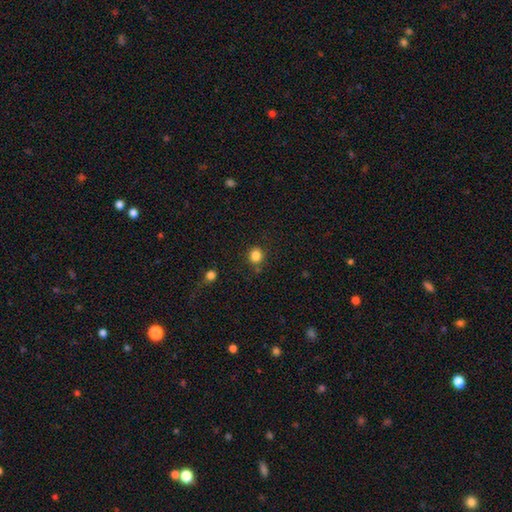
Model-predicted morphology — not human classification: Overall: smooth (84%). How rounded: round (82%). Merging: none (81%).